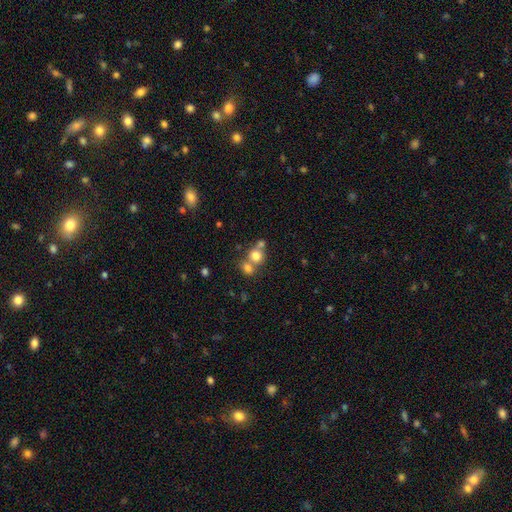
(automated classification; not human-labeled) This appears to be a smooth galaxy with no disk features (74%) that is round (77%). Merging: merger (50%).